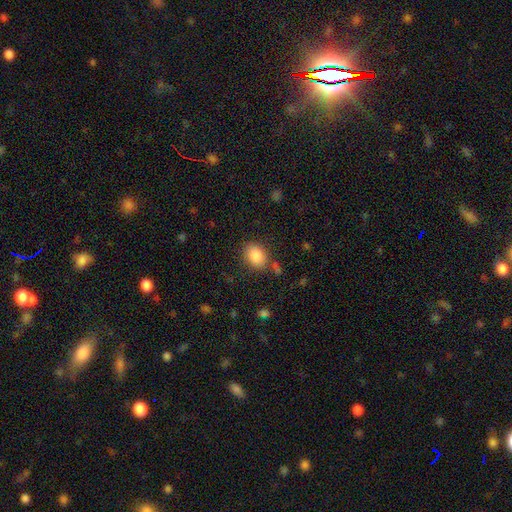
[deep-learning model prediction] This appears to be a smooth galaxy with no disk features (87%) that is in between round and cigar-shaped (67%). Merging: none (75%).